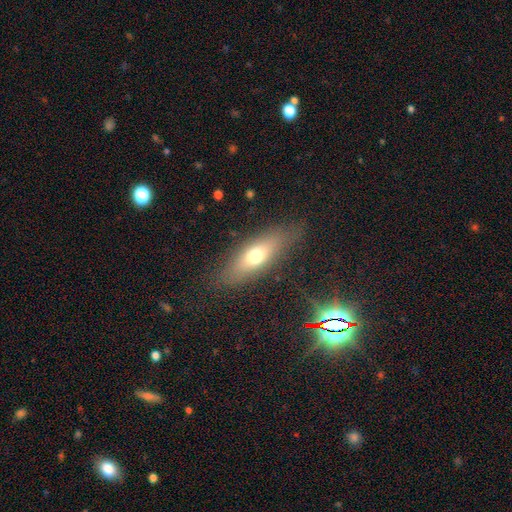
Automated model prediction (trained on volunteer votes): This is likely a smooth galaxy (62%). How rounded: possibly in between (59%). Merging: likely none (79%).